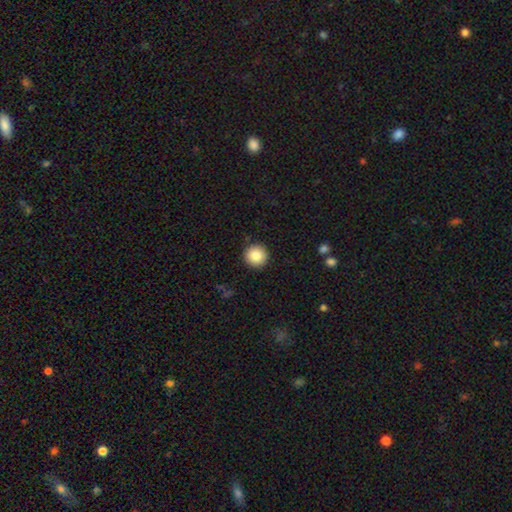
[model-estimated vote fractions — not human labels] Smooth or featured: smooth — 85% (star or artifact — 9%)
How rounded: round — 96% (in between — 3%)
Merging: none — 92% (minor disturbance — 6%)